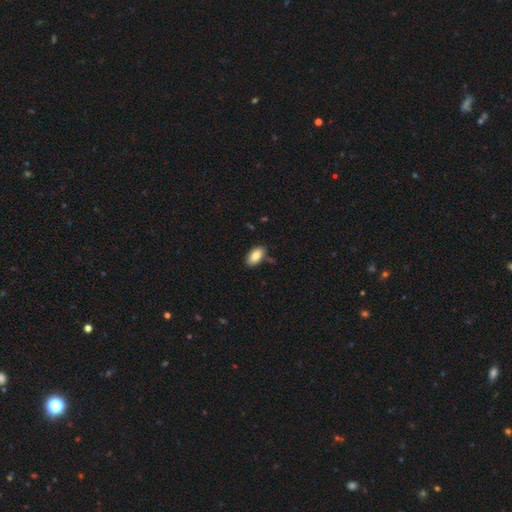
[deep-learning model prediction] smooth_or_featured: smooth (p=0.82) [alt: featured or disk p=0.11]
how_rounded: in between (p=0.93) [alt: cigar-shaped p=0.04]
merging: none (p=0.82) [alt: minor disturbance p=0.13]